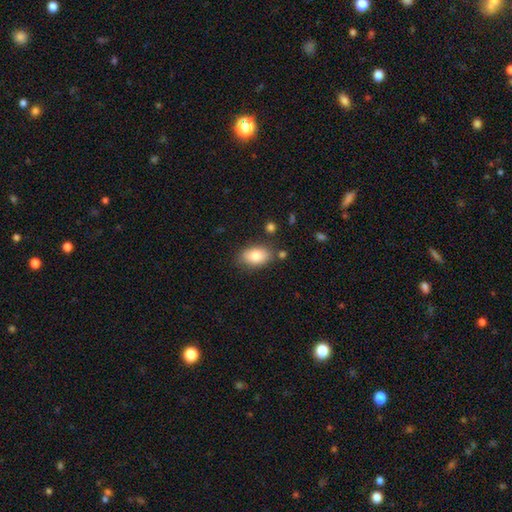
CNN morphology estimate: type=smooth (82%); roundness=in between (91%); merging=none (78%).